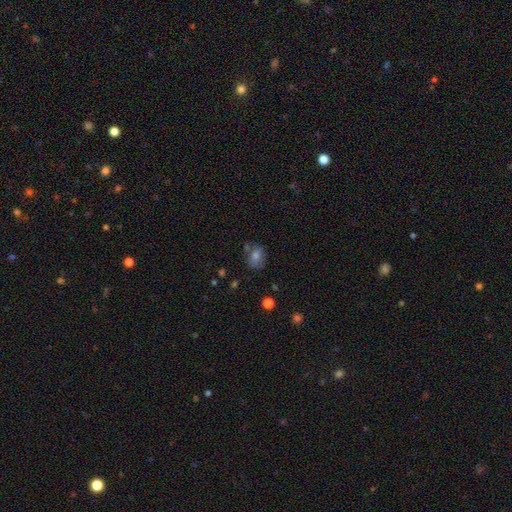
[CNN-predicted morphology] A smooth galaxy with no disk features (64%) that is round (53%).

Vote fractions:
- Smooth or featured? smooth: 64% / featured or disk: 18% / star or artifact: 18%
- How rounded? round: 53% / in between: 45% / cigar-shaped: 1%
- Merging? none: 67% / minor disturbance: 19% / merger: 8% / major disturbance: 6%